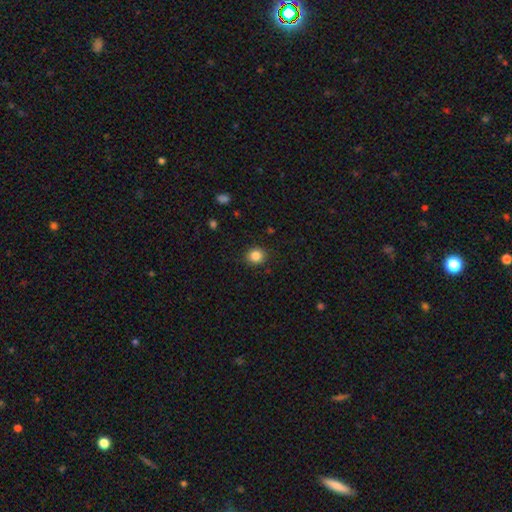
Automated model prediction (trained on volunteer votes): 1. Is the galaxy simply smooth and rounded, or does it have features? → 85% smooth, 11% star or artifact, 4% featured or disk.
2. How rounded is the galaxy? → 86% round, 14% in between, 1% cigar-shaped.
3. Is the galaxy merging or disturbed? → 90% none, 7% minor disturbance, 2% major disturbance, 1% merger.